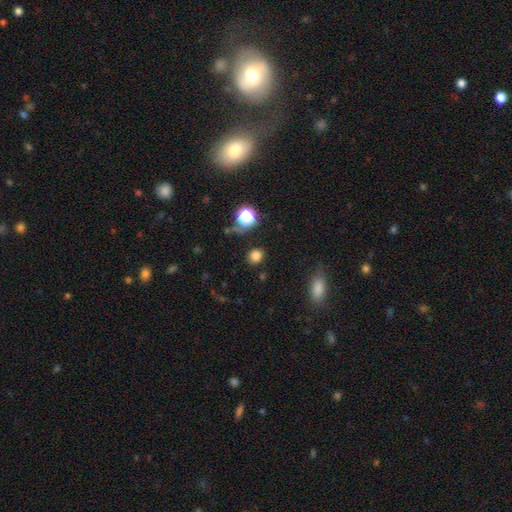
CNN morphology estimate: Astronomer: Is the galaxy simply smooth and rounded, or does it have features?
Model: smooth — 80%.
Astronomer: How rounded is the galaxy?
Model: round — 78%.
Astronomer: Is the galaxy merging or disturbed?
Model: none — 86%.